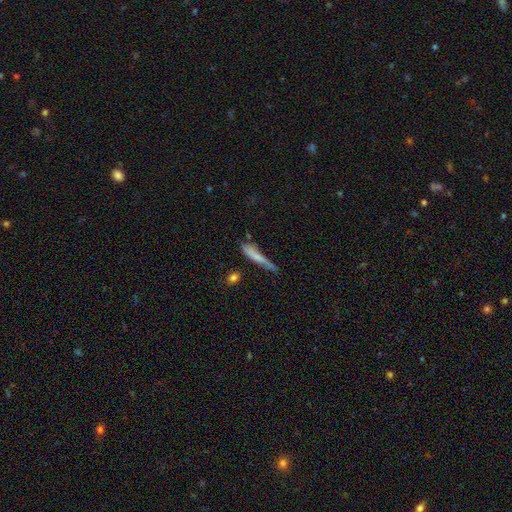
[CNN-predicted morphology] A smooth galaxy with no disk features (69%) that is cigar-shaped (88%). Merging: none (46%).